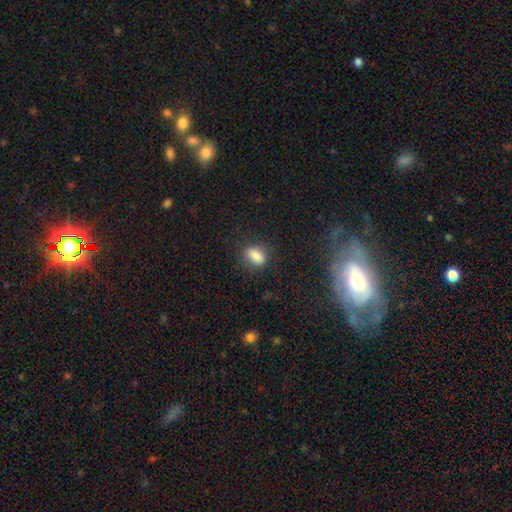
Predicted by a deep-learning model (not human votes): A smooth galaxy with no disk features (84%) that is in between round and cigar-shaped (81%). Merging: none (78%).